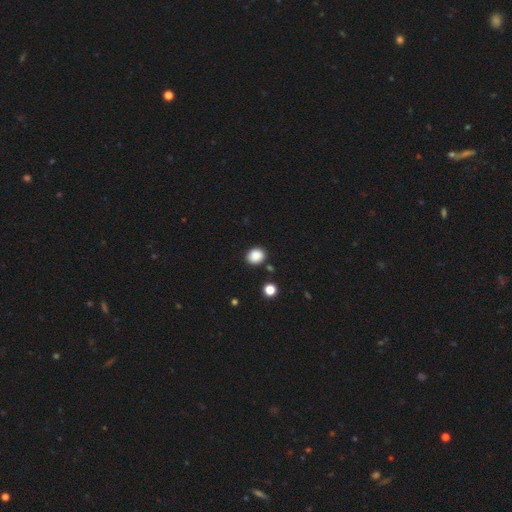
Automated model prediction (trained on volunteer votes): Smooth or featured? Predicted: smooth (p=0.87). How rounded? Predicted: round (p=0.66). Merging? Predicted: none (p=0.84).